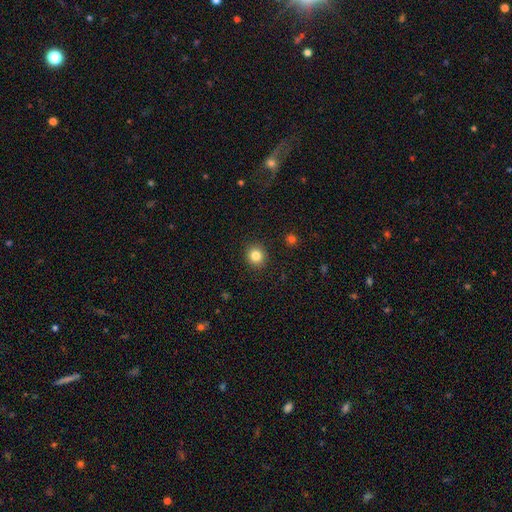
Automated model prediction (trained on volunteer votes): Smooth or featured? Predicted: smooth (p=0.83). How rounded? Predicted: round (p=0.91). Merging? Predicted: none (p=0.92).